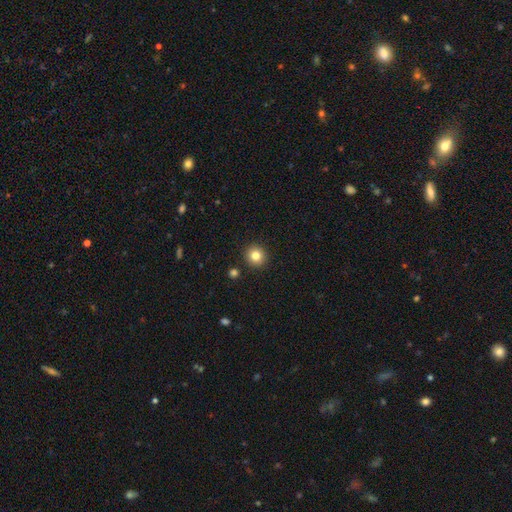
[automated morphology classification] smooth-or-featured: smooth: 82% | star or artifact: 11% | featured or disk: 7%
  how-rounded: round: 93% | in between: 6% | cigar-shaped: 1%
  merging: none: 91% | minor disturbance: 5% | merger: 2% | major disturbance: 2%